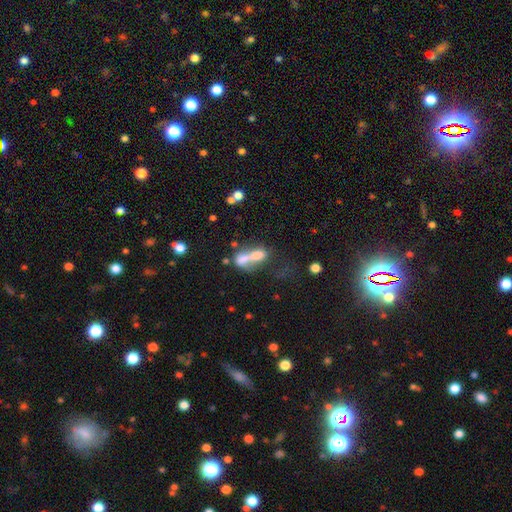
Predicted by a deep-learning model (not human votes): Smooth or featured: smooth — 59% (featured or disk — 28%)
How rounded: in between — 67% (cigar-shaped — 20%)
Merging: merger — 67% (none — 14%)